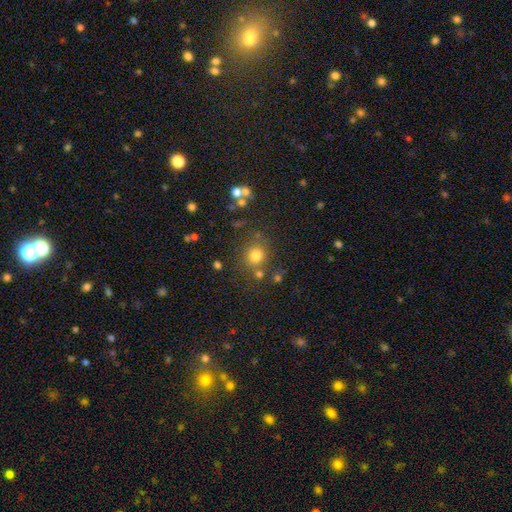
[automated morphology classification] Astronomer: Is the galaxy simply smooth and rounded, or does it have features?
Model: smooth — 76%.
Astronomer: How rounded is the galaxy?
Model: round — 86%.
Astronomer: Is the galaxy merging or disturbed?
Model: none — 76%.